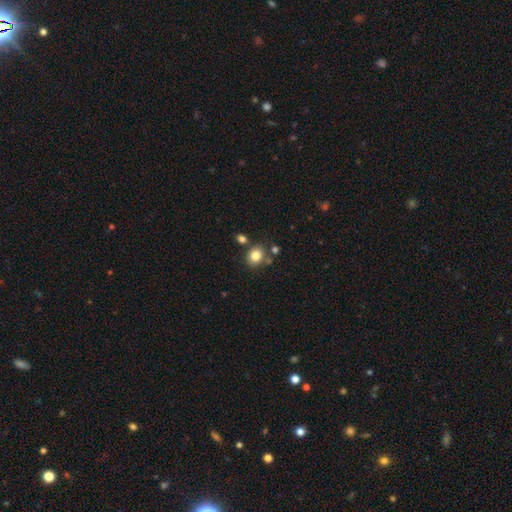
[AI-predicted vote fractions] A smooth galaxy with no disk features (81%) that is round (63%). Merging: none (73%).